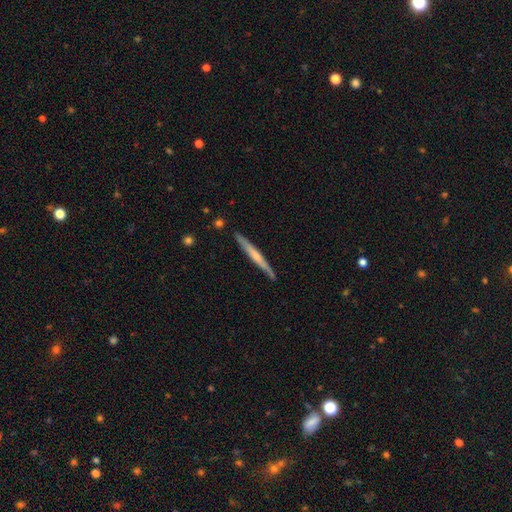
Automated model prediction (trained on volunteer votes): Smooth or featured?
  - featured or disk: 59% *
  - smooth: 36%
  - star or artifact: 5%
Edge-on disk?
  - yes: 97% *
  - no: 3%
Edge-on bulge?
  - rounded: 52% *
  - none: 41%
  - boxy: 7%
Merging?
  - none: 86% *
  - minor disturbance: 10%
  - merger: 2%
  - major disturbance: 2%